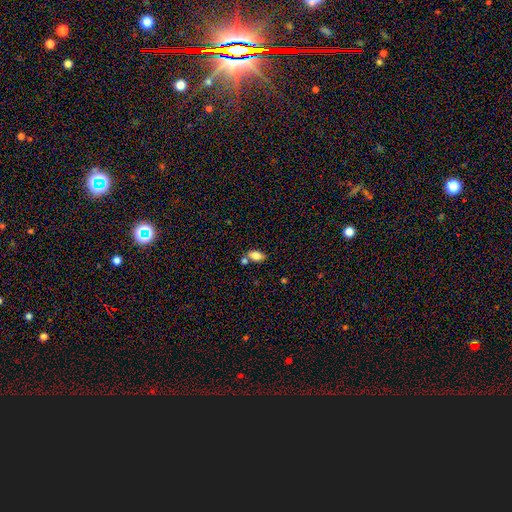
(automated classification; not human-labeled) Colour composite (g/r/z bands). It shows a smooth galaxy with no disk features (83%) that is in between round and cigar-shaped (90%). Merging: none (57%).